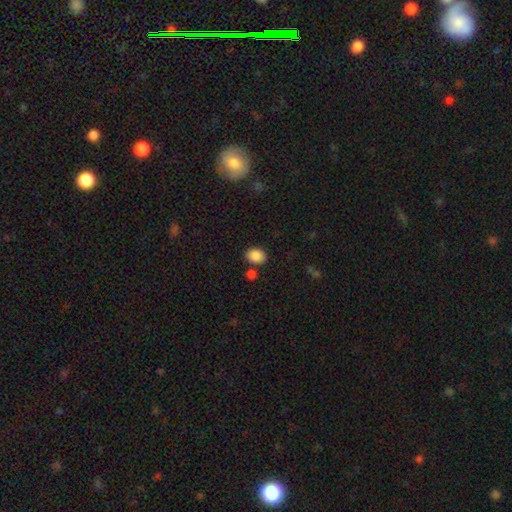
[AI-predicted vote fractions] Smooth or featured?
  - smooth: 88% *
  - star or artifact: 8%
  - featured or disk: 4%
How rounded?
  - in between: 64% *
  - round: 36%
  - cigar-shaped: 1%
Merging?
  - none: 77% *
  - minor disturbance: 11%
  - merger: 9%
  - major disturbance: 3%